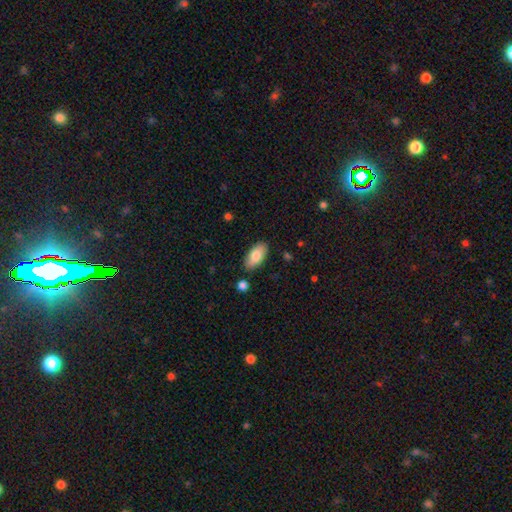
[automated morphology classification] smooth 82%, featured or disk 12%, star or artifact 6%. Down the decision tree: how rounded — in between (93%); merging — none (86%).